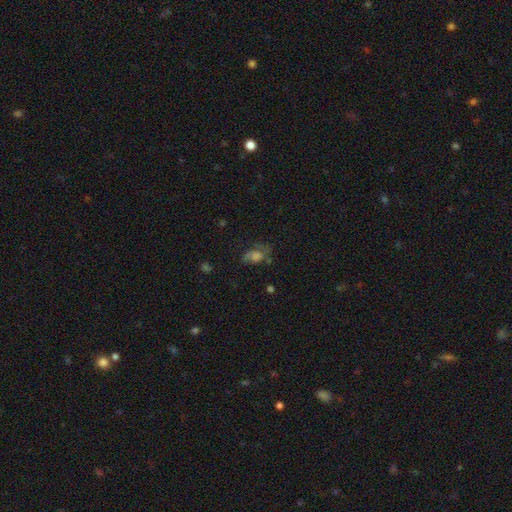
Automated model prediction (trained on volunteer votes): Smooth or featured?
  - featured or disk: 40% *
  - smooth: 38%
  - star or artifact: 22%
Merging?
  - none: 49% *
  - major disturbance: 25%
  - minor disturbance: 23%
  - merger: 3%